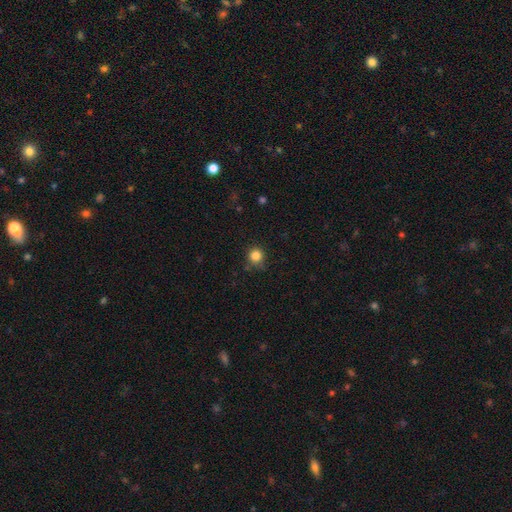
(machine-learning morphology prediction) Overall: smooth (84%). How rounded: round (91%). Merging: none (76%).